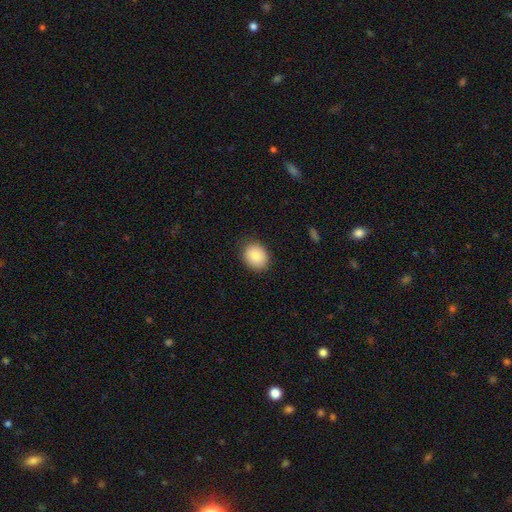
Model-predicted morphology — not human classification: This appears to be a smooth galaxy with no disk features (84%) that is in between round and cigar-shaped (51%). Merging: none (85%).